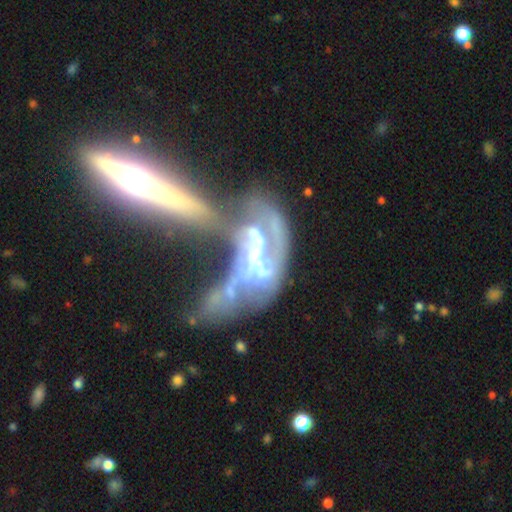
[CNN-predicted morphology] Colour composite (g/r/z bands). It shows a featured or disk galaxy (75%) with no bar (49%), spiral arms (60%) and no central bulge (34%). Merging: merger (64%).